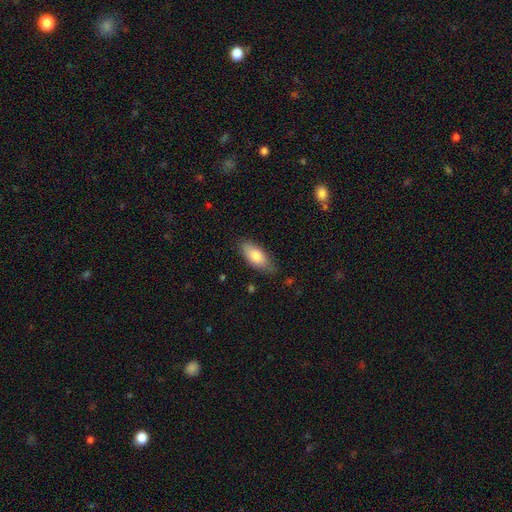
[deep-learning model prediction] Smooth or featured? Predicted: smooth (p=0.80). How rounded? Predicted: in between (p=0.86). Merging? Predicted: none (p=0.74).